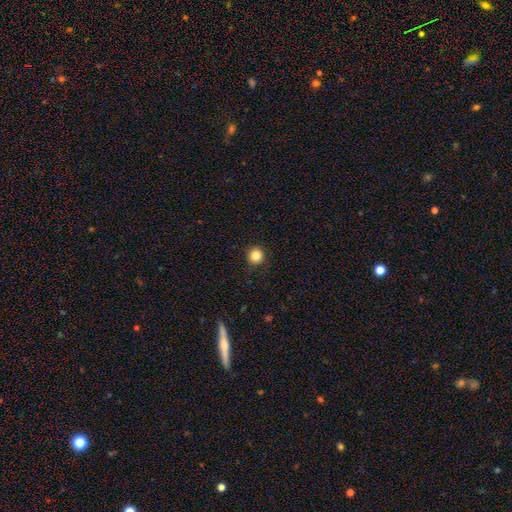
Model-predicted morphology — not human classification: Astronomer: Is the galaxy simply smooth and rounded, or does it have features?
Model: smooth — 85%.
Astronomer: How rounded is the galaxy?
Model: round — 95%.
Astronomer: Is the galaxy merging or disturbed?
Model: none — 88%.